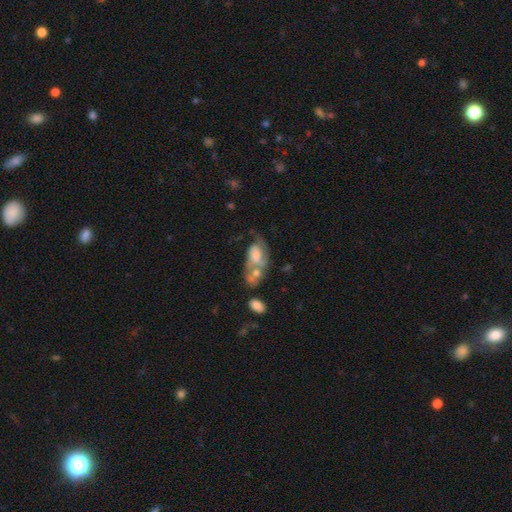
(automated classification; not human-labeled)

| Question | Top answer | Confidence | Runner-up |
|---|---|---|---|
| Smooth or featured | featured or disk | 53% | smooth (38%) |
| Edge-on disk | no | 94% | yes (6%) |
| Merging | merger | 36% | major disturbance (26%) |